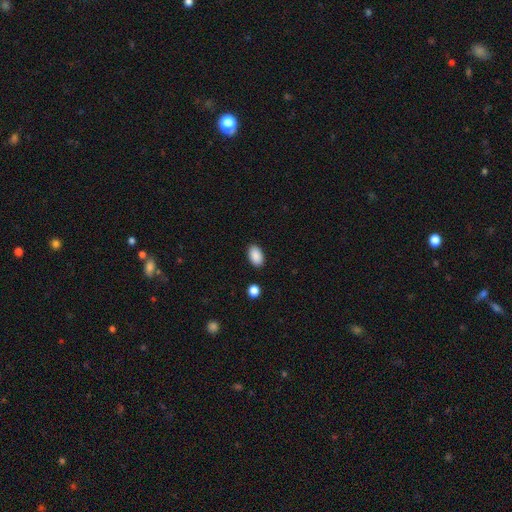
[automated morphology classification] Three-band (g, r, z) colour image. It shows a smooth galaxy with no disk features (89%) that is in between round and cigar-shaped (93%). Merging: none (88%).